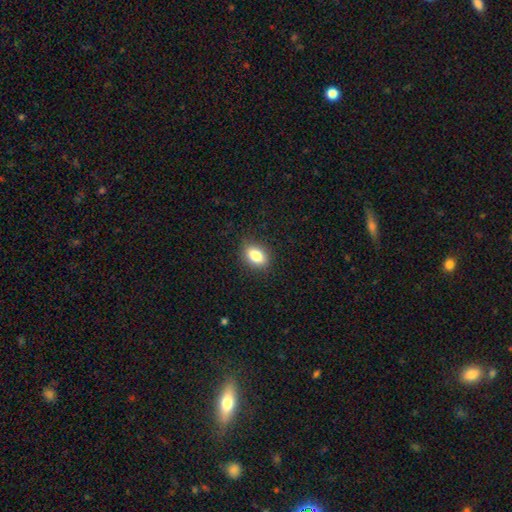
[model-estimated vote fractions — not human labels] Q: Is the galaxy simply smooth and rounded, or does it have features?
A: smooth — 83%.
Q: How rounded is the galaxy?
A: in between — 81%.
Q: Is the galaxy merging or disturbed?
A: none — 87%.